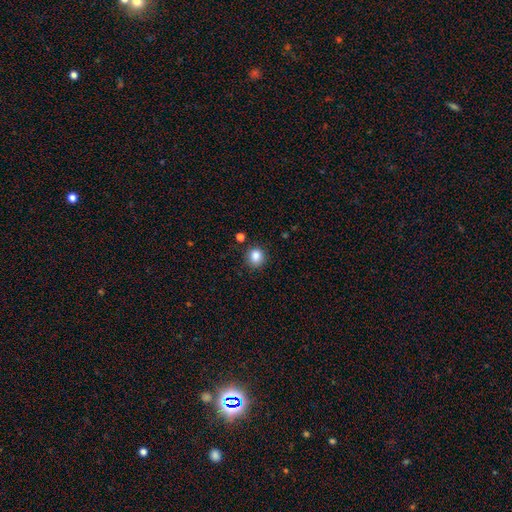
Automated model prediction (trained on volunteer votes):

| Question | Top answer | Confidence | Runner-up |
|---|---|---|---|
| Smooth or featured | smooth | 85% | star or artifact (11%) |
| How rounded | round | 87% | in between (12%) |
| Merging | none | 87% | minor disturbance (8%) |